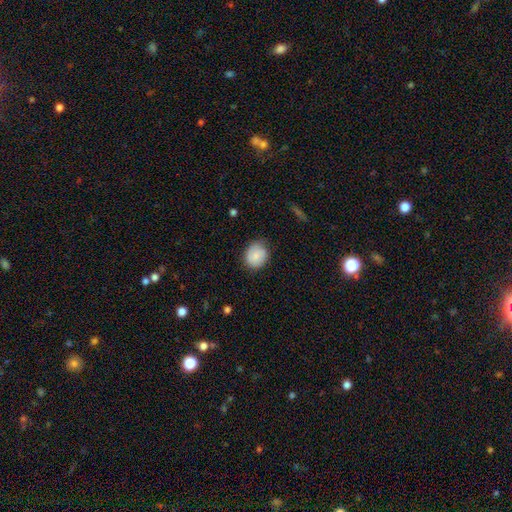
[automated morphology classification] This appears to be a smooth galaxy with no disk features (84%) that is round (68%). Merging: none (73%).